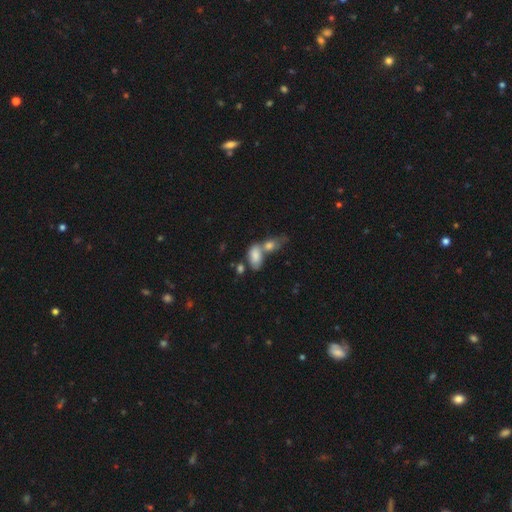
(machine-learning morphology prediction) Smooth or featured? Predicted: smooth (p=0.79). How rounded? Predicted: in between (p=0.91). Merging? Predicted: merger (p=0.59).